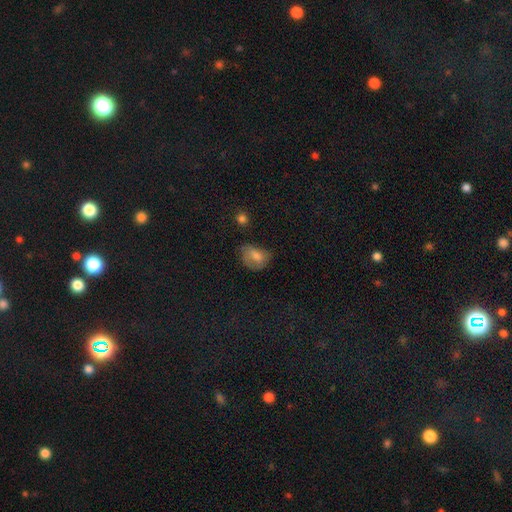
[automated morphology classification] This is likely a smooth galaxy (67%). How rounded: likely in between (68%). Merging: possibly none (46%).